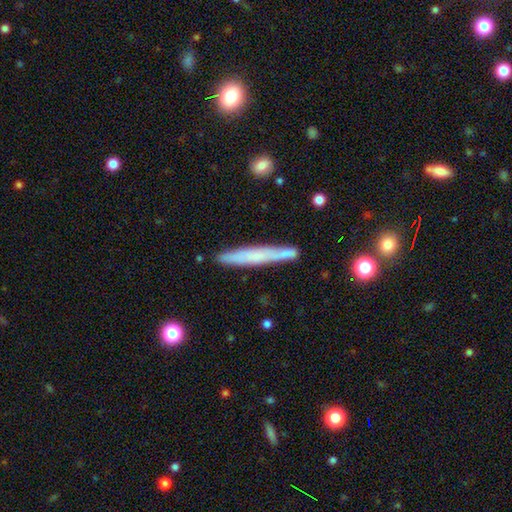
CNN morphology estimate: This is possibly a smooth galaxy (55%). How rounded: clearly cigar-shaped (95%). Merging: clearly none (82%).